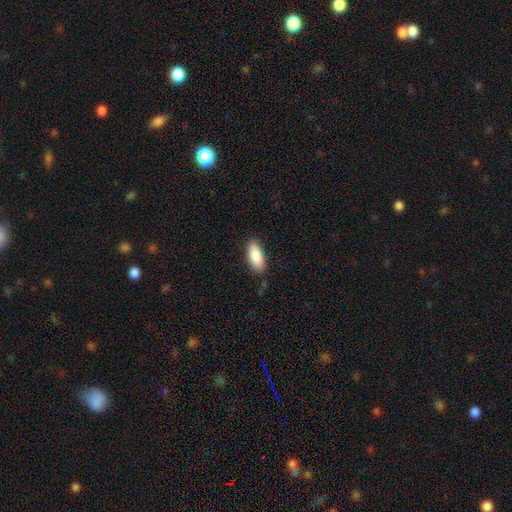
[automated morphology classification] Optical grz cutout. It shows a smooth galaxy with no disk features (86%) that is in between round and cigar-shaped (83%). Merging: none (85%).